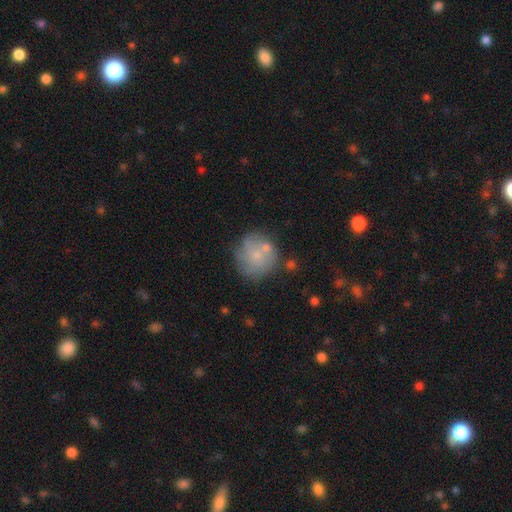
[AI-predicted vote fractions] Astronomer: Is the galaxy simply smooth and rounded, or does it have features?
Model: smooth — 59%.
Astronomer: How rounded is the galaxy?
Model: round — 89%.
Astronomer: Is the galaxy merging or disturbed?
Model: none — 62%.